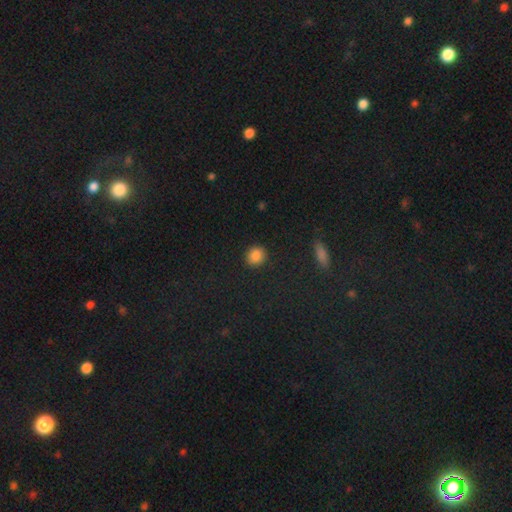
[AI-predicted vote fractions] Smooth or featured? smooth (86%)
How rounded? round (79%)
Merging? none (90%)